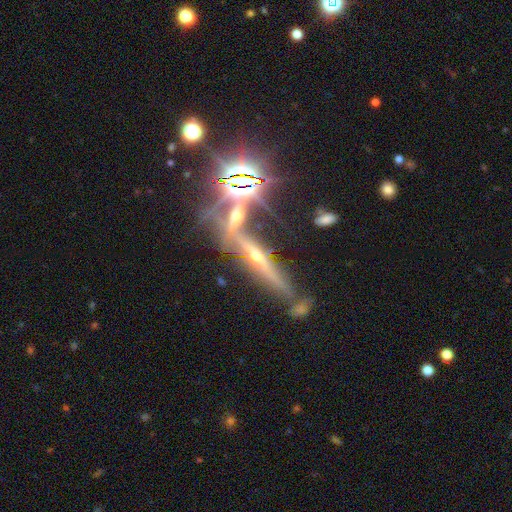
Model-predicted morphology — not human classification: Smooth or featured? Predicted: featured or disk (p=0.56). Edge-on disk? Predicted: yes (p=0.88). Merging? Predicted: none (p=0.59).